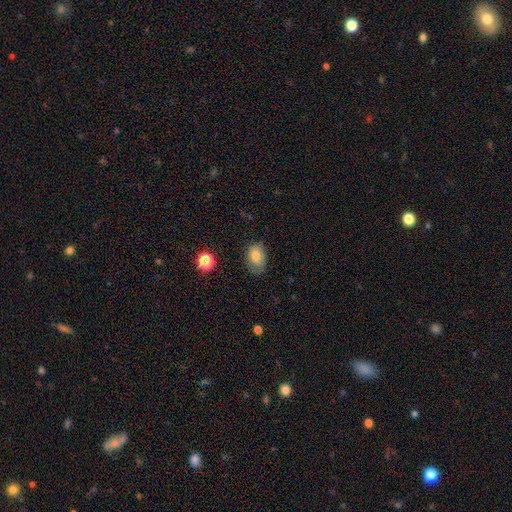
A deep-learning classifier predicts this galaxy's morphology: Smooth or featured?
  - smooth: 72% *
  - featured or disk: 18%
  - star or artifact: 10%
How rounded?
  - in between: 80% *
  - round: 18%
  - cigar-shaped: 1%
Merging?
  - none: 61% *
  - minor disturbance: 29%
  - major disturbance: 9%
  - merger: 2%